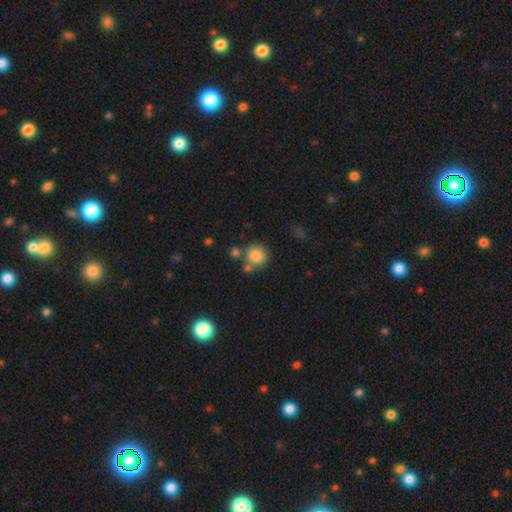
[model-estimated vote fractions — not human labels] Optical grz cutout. It shows a smooth galaxy with no disk features (84%) that is round (90%). Merging: none (68%).